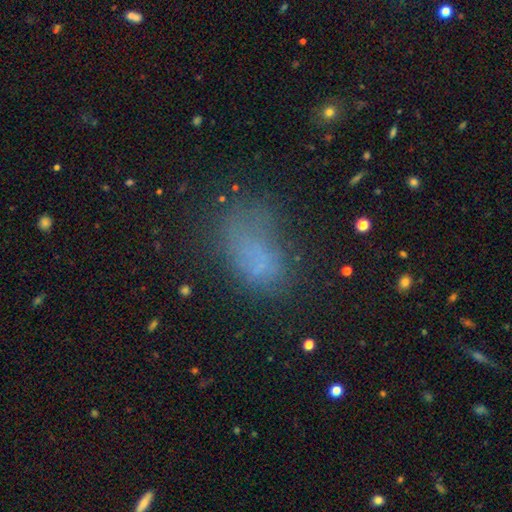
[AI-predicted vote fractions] The model was most divided on "merging": none: 43%, major disturbance: 26%, minor disturbance: 25%, merger: 5%. More confident: how rounded — in between (88%); smooth or featured — smooth (61%).